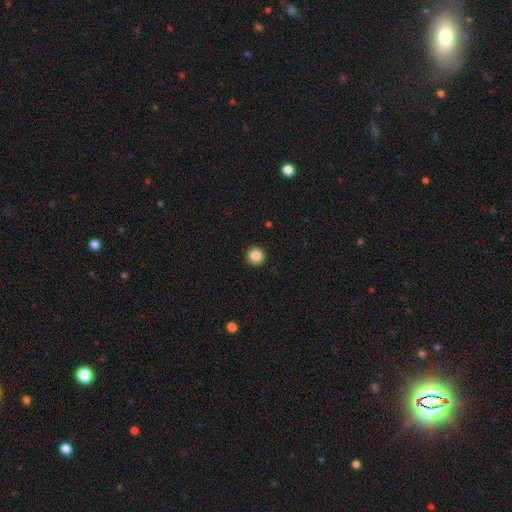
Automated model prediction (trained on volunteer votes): smooth_or_featured: smooth (p=0.85) [alt: star or artifact p=0.10]
how_rounded: round (p=0.96) [alt: in between p=0.03]
merging: none (p=0.93) [alt: minor disturbance p=0.04]